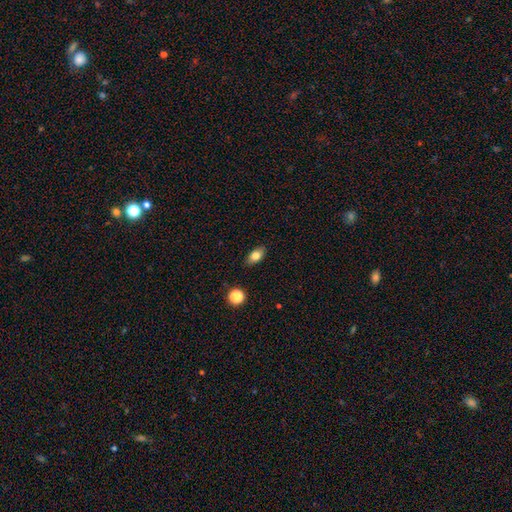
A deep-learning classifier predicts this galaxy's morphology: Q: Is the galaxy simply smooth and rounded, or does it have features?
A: smooth — 79%.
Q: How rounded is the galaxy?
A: in between — 87%.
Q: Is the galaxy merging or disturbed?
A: none — 87%.